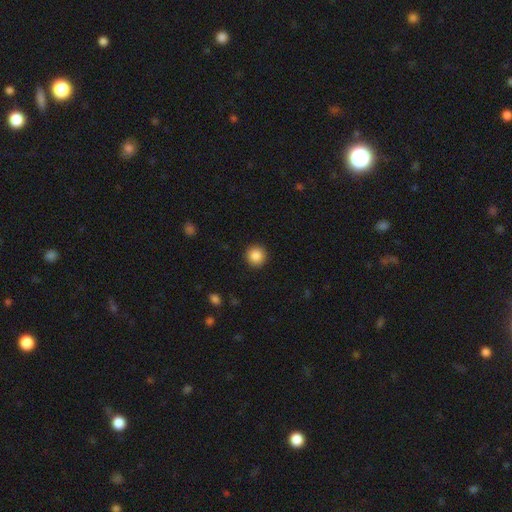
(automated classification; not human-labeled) Smooth or featured: smooth — 87% (star or artifact — 9%)
How rounded: round — 95% (in between — 4%)
Merging: none — 92% (minor disturbance — 5%)